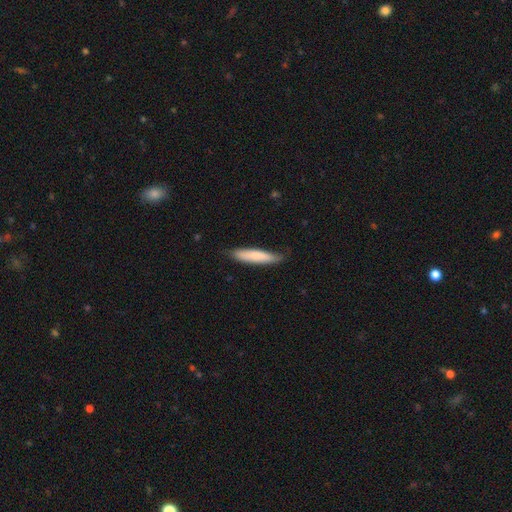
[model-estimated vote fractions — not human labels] smooth 78%, featured or disk 17%, star or artifact 5%. Down the decision tree: how rounded — cigar-shaped (83%); merging — none (78%).